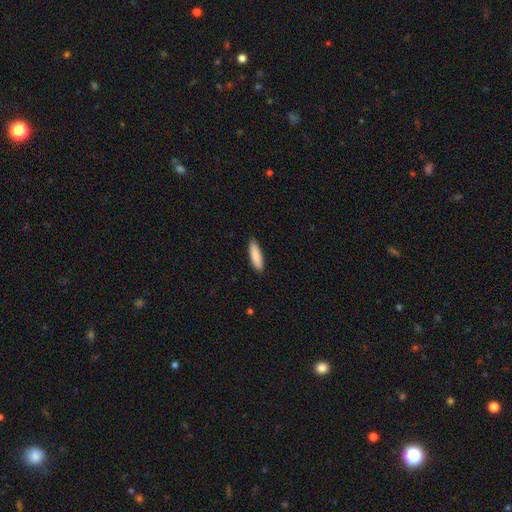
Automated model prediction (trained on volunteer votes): The model was most divided on "how rounded": cigar-shaped: 62%, in between: 36%, round: 1%. More confident: merging — none (89%); smooth or featured — smooth (88%).